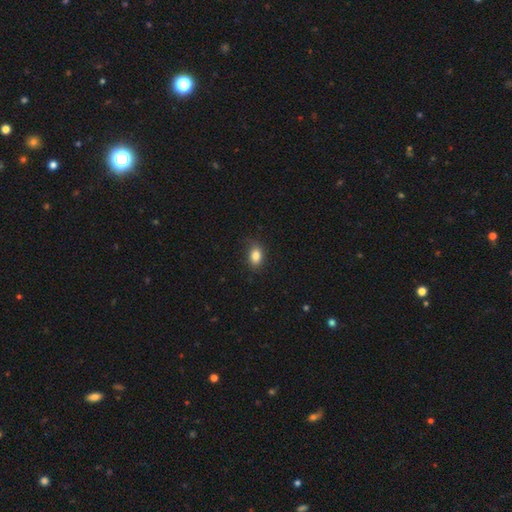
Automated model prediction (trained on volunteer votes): A smooth galaxy with no disk features (84%) that is in between round and cigar-shaped (80%). Merging: none (82%).